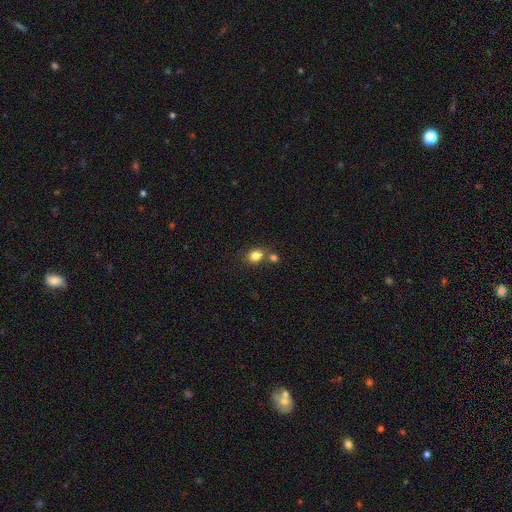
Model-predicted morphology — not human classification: This is clearly a smooth galaxy (82%). How rounded: likely round (61%). Merging: possibly none (59%).